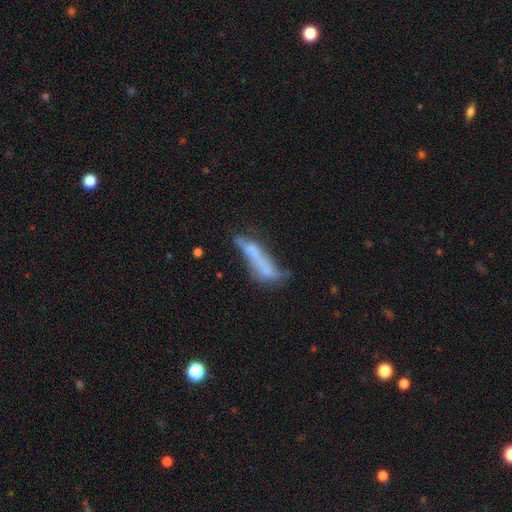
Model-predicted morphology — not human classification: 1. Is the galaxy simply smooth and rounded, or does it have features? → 48% smooth, 40% featured or disk, 12% star or artifact.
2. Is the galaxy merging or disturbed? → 35% none, 26% minor disturbance, 23% major disturbance, 16% merger.